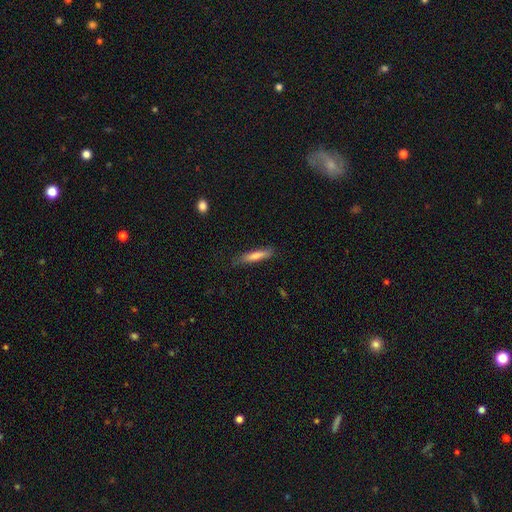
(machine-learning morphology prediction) This appears to be a smooth galaxy with no disk features (69%) that is cigar-shaped (86%). Merging: none (81%).